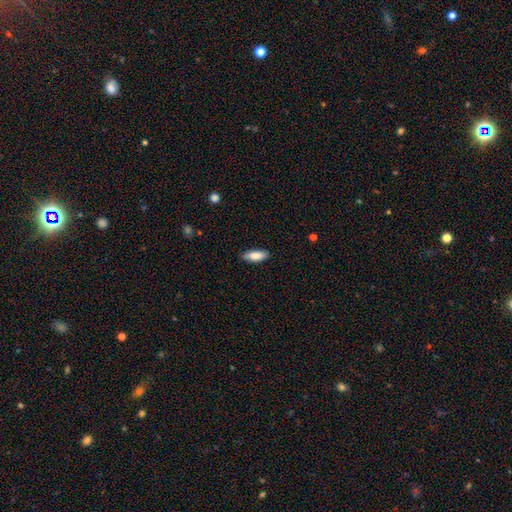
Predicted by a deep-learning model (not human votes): Overall: smooth (84%). How rounded: in between (72%). Merging: none (85%).